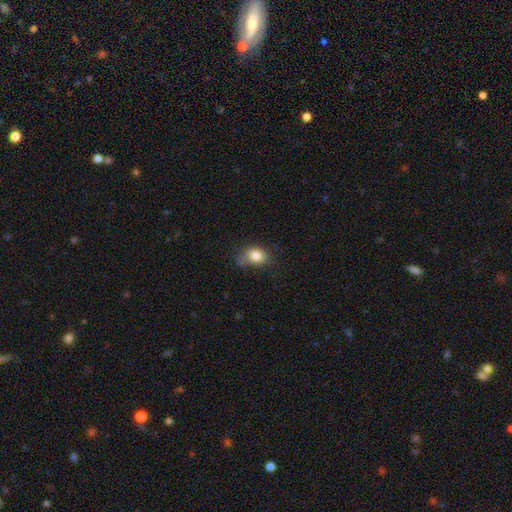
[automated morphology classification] smooth-or-featured: smooth: 82% | star or artifact: 10% | featured or disk: 8%
  how-rounded: in between: 54% | round: 44% | cigar-shaped: 1%
  merging: none: 49% | minor disturbance: 33% | major disturbance: 12% | merger: 6%